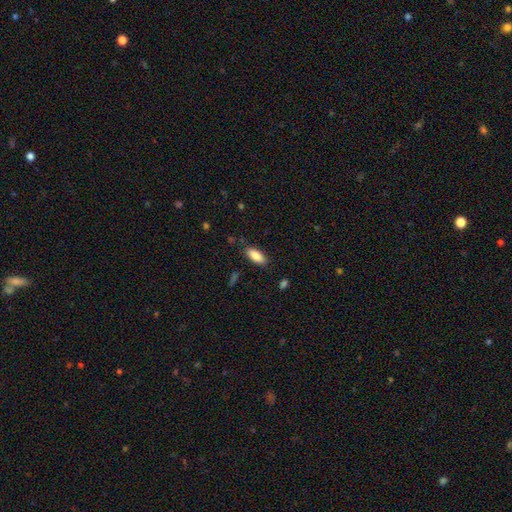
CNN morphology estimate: Smooth or featured?
  - smooth: 88% *
  - star or artifact: 7%
  - featured or disk: 5%
How rounded?
  - in between: 84% *
  - cigar-shaped: 14%
  - round: 2%
Merging?
  - none: 85% *
  - minor disturbance: 11%
  - major disturbance: 3%
  - merger: 2%